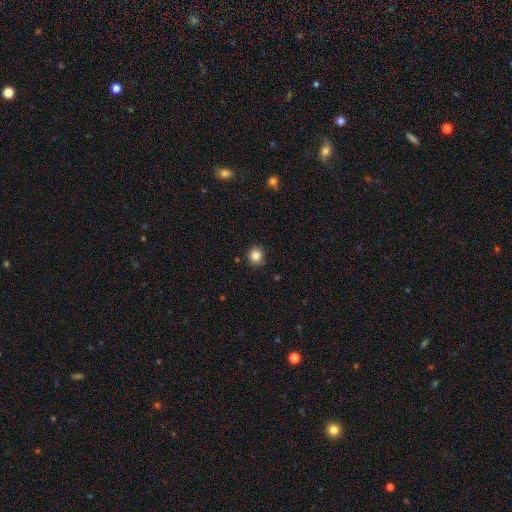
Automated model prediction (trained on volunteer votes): The model was most divided on "how rounded": round: 77%, in between: 22%, cigar-shaped: 1%. More confident: merging — none (86%); smooth or featured — smooth (84%).